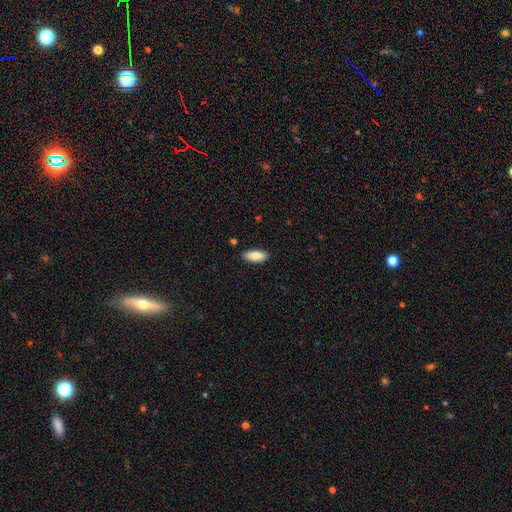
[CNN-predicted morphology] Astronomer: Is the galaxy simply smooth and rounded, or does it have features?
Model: smooth — 83%.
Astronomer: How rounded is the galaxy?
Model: in between — 79%.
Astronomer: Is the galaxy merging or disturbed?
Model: none — 89%.